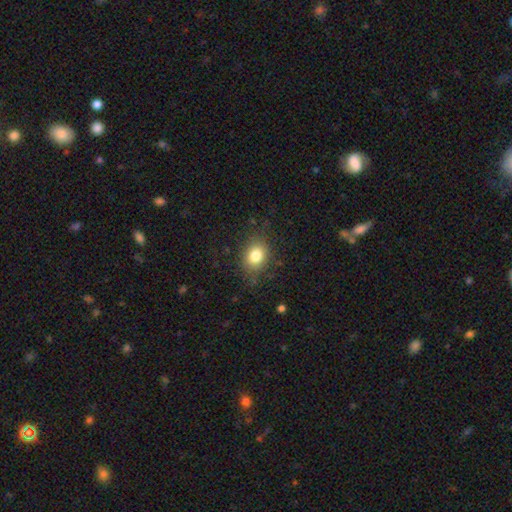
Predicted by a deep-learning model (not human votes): smooth-or-featured: smooth: 81% | star or artifact: 10% | featured or disk: 8%
  how-rounded: in between: 54% | round: 45% | cigar-shaped: 1%
  merging: none: 80% | minor disturbance: 14% | major disturbance: 4% | merger: 1%